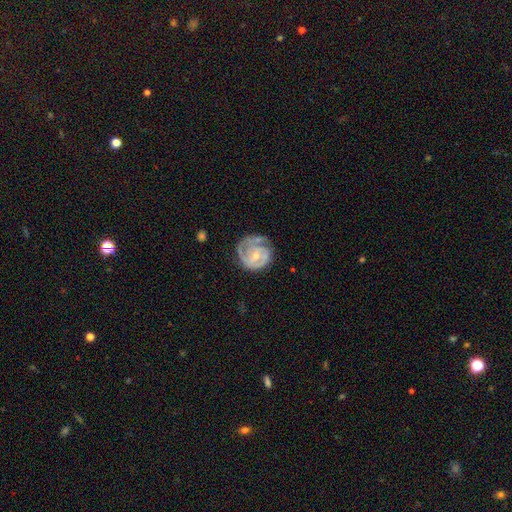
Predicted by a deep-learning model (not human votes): smooth-or-featured: featured or disk: 77% | smooth: 18% | star or artifact: 5%
  disk-edge-on: no: 98% | yes: 2%
    bar: no: 58% | weak: 34% | strong: 7%
    has-spiral-arms: yes: 87% | no: 13%
      spiral-winding: tight: 56% | medium: 33% | loose: 10%
      spiral-arm-count: 2: 41% | can't tell: 25% | 3: 15% | 1: 13% | 4: 3% | more than 4: 3%
    bulge-size: small: 58% | moderate: 37% | none: 2% | large: 2% | dominant: 1%
  merging: none: 47% | minor disturbance: 27% | major disturbance: 20% | merger: 6%